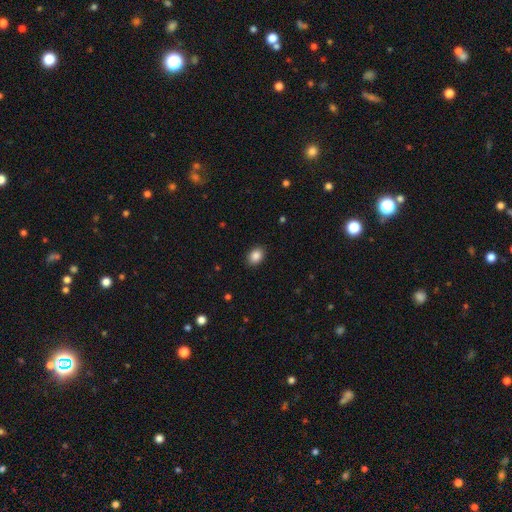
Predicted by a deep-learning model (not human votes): A smooth galaxy with no disk features (88%) that is in between round and cigar-shaped (71%).

Vote fractions:
- Smooth or featured? smooth: 88% / star or artifact: 9% / featured or disk: 4%
- How rounded? in between: 71% / round: 28% / cigar-shaped: 1%
- Merging? none: 90% / minor disturbance: 7% / major disturbance: 2% / merger: 1%